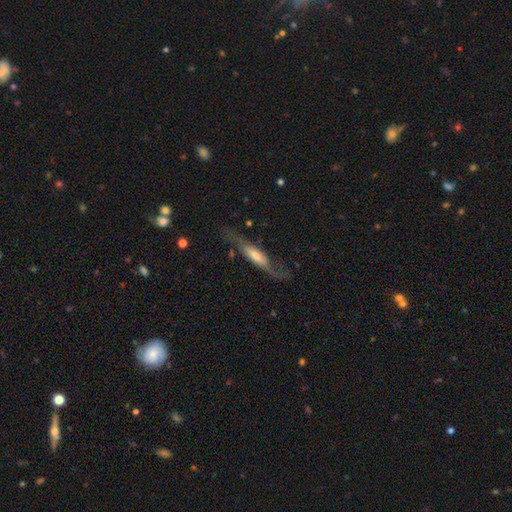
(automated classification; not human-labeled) The model was most divided on "edge-on disk": no: 51%, yes: 49%. More confident: smooth or featured — featured or disk (63%); merging — none (59%).